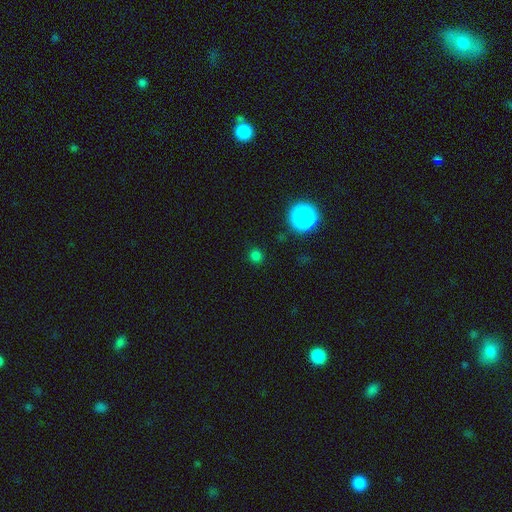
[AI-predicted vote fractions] Smooth or featured? Predicted: smooth (p=0.73). How rounded? Predicted: round (p=0.91). Merging? Predicted: none (p=0.87).